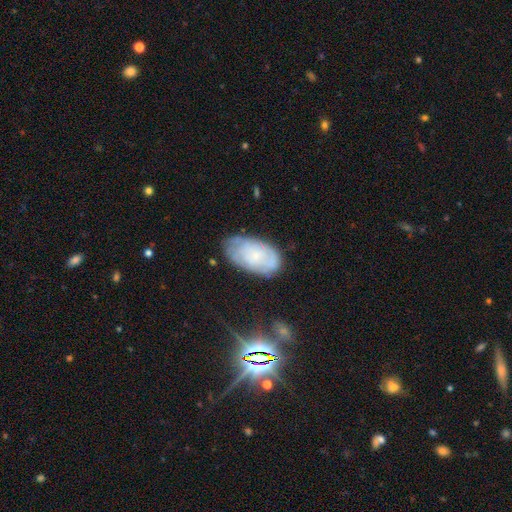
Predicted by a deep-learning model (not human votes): A featured or disk galaxy (48%).

Vote fractions:
- Smooth or featured? featured or disk: 48% / smooth: 42% / star or artifact: 10%
- Merging? none: 70% / minor disturbance: 23% / major disturbance: 6% / merger: 2%